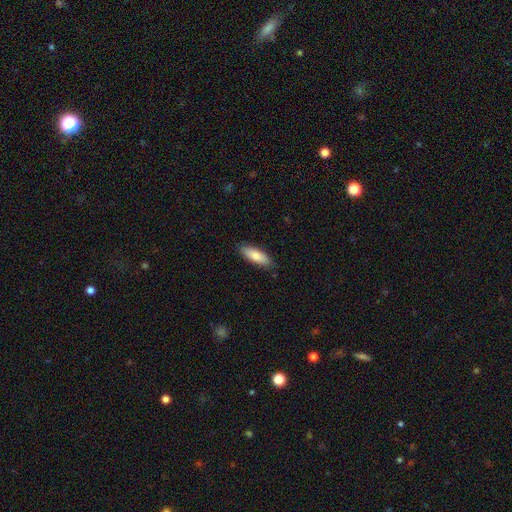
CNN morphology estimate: smooth-or-featured: smooth: 80% | featured or disk: 14% | star or artifact: 6%
  how-rounded: in between: 65% | cigar-shaped: 33% | round: 2%
  merging: none: 87% | minor disturbance: 10% | major disturbance: 2% | merger: 1%